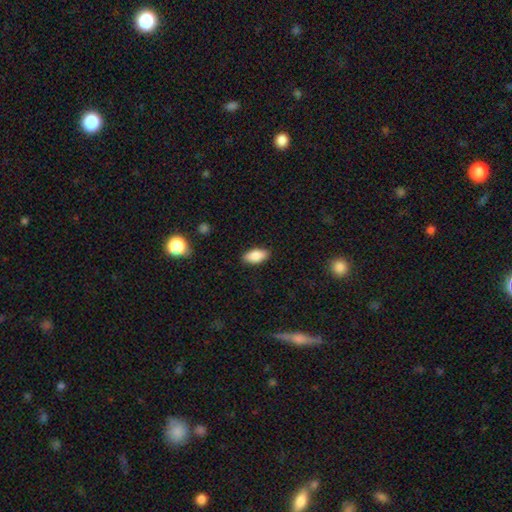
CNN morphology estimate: Q: Smooth or featured?
A: smooth (86%); runner-up: featured or disk (7%)
Q: How rounded?
A: in between (90%); runner-up: cigar-shaped (7%)
Q: Merging?
A: none (88%); runner-up: minor disturbance (9%)